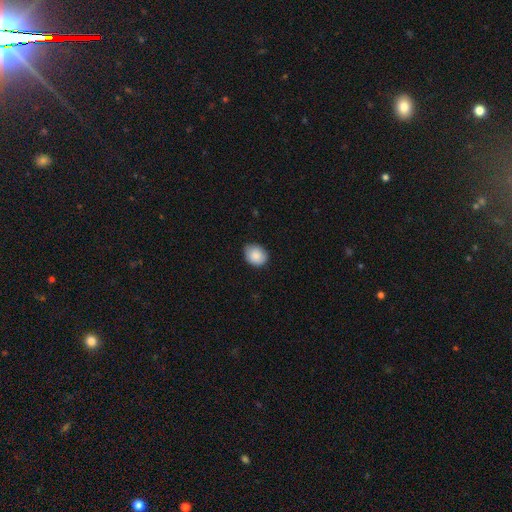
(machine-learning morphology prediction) smooth_or_featured: smooth (p=0.87) [alt: star or artifact p=0.07]
how_rounded: round (p=0.54) [alt: in between p=0.45]
merging: none (p=0.76) [alt: minor disturbance p=0.20]